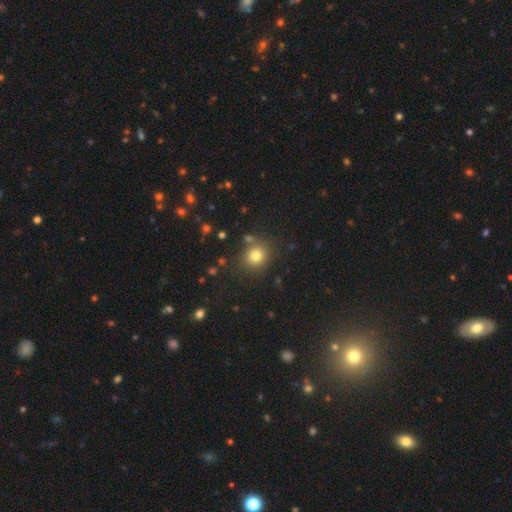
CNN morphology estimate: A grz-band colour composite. It shows a smooth galaxy with no disk features (78%) that is round (85%). Merging: none (80%).